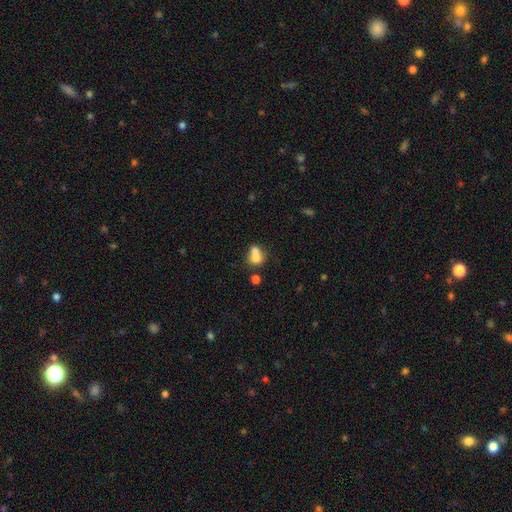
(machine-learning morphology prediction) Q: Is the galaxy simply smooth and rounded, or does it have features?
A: smooth — 70%.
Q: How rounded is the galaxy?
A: round — 61%.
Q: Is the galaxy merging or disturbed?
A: merger — 65%.